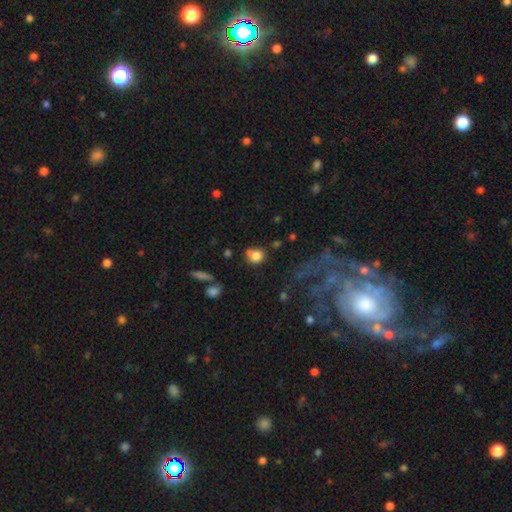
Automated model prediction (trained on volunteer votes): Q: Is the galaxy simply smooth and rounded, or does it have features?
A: smooth — 82%.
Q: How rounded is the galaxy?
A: round — 78%.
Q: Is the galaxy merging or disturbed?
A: none — 61%.